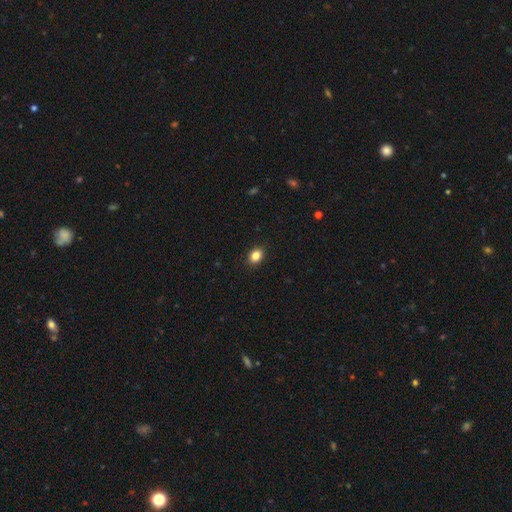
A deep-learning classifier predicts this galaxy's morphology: This appears to be a smooth galaxy with no disk features (85%) that is in between round and cigar-shaped (56%). Merging: none (90%).